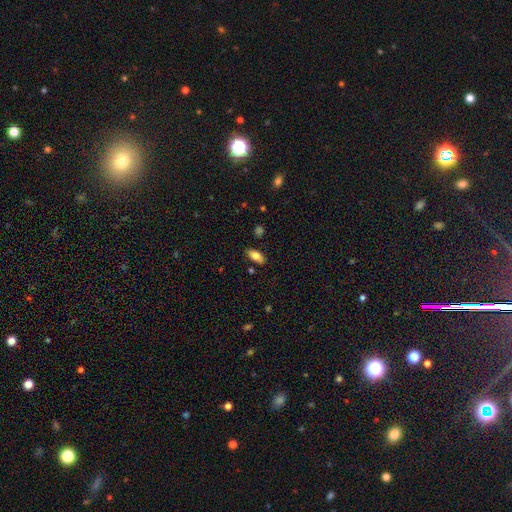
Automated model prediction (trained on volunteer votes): smooth_or_featured: smooth (p=0.75) [alt: featured or disk p=0.18]
how_rounded: in between (p=0.87) [alt: cigar-shaped p=0.10]
merging: none (p=0.84) [alt: minor disturbance p=0.11]